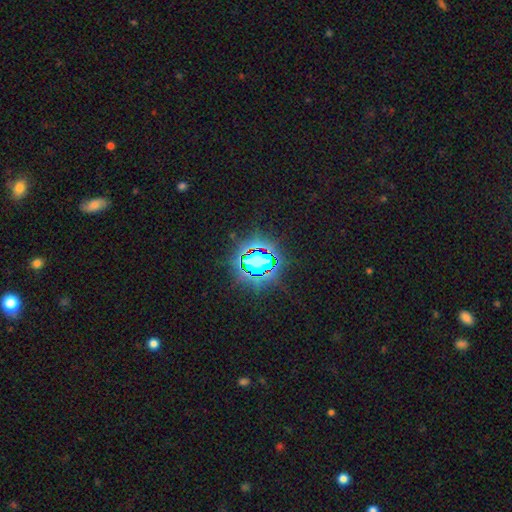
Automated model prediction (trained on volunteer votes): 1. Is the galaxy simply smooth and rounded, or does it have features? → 74% star or artifact, 17% smooth, 9% featured or disk.